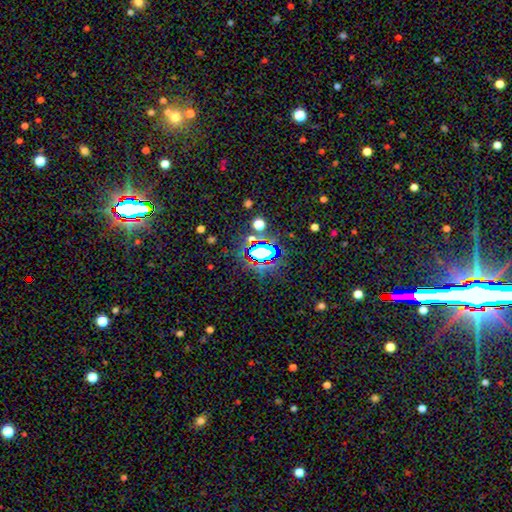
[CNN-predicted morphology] star or artifact 63%, smooth 25%, featured or disk 12%.